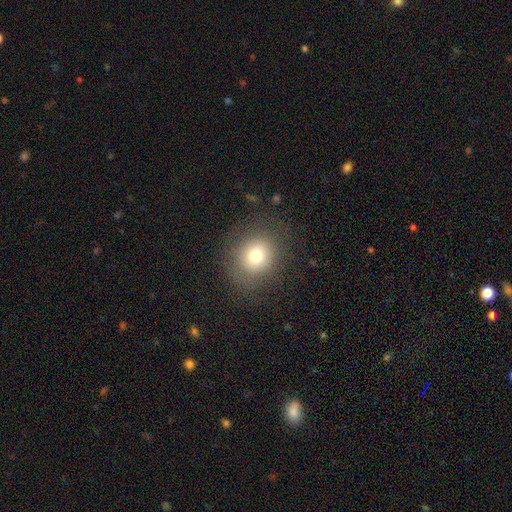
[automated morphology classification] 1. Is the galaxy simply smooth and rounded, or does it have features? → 75% smooth, 13% star or artifact, 12% featured or disk.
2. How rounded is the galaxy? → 80% round, 19% in between, 1% cigar-shaped.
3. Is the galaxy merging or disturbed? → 81% none, 11% minor disturbance, 7% major disturbance, 1% merger.